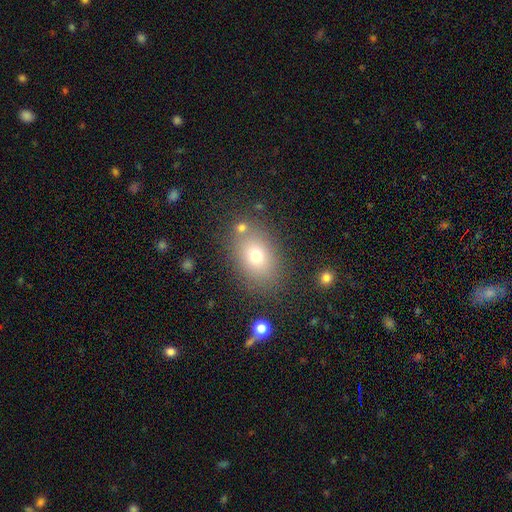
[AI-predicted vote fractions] Smooth or featured? smooth (71%)
How rounded? in between (74%)
Merging? none (77%)